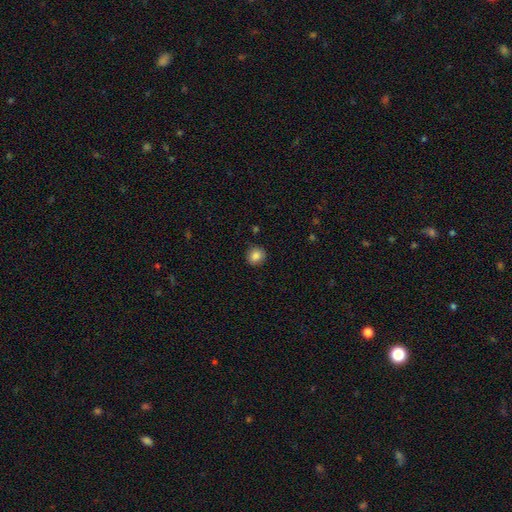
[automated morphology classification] Overall: smooth (85%). How rounded: round (83%). Merging: none (89%).